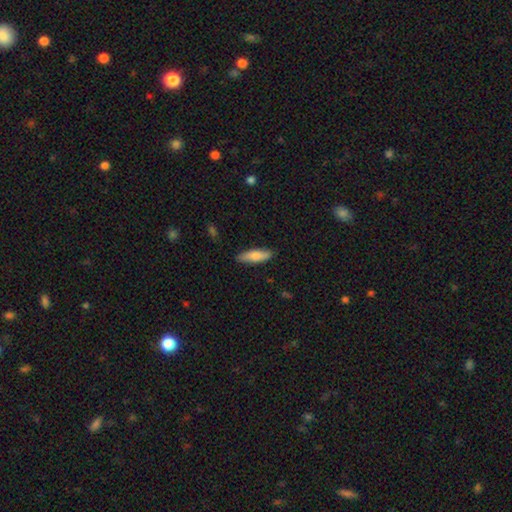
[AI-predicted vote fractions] Smooth or featured? Predicted: smooth (p=0.78). How rounded? Predicted: cigar-shaped (p=0.57). Merging? Predicted: none (p=0.86).